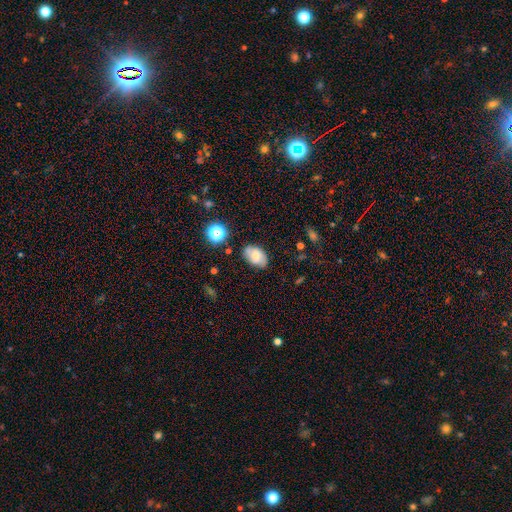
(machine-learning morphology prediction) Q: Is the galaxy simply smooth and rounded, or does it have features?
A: smooth — 67%.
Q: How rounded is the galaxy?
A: in between — 89%.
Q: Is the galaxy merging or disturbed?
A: none — 76%.